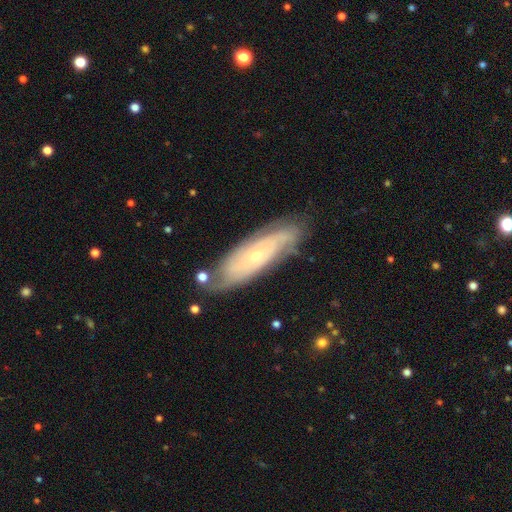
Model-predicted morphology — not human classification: Overall: featured or disk (73%). Edge-on disk: no (82%). Bar: no (81%). Spiral arms: yes (85%). Spiral arm count: can't tell (55%; 2 22%). Spiral winding: tight (68%). Bulge size: small (77%). Merging: none (73%).